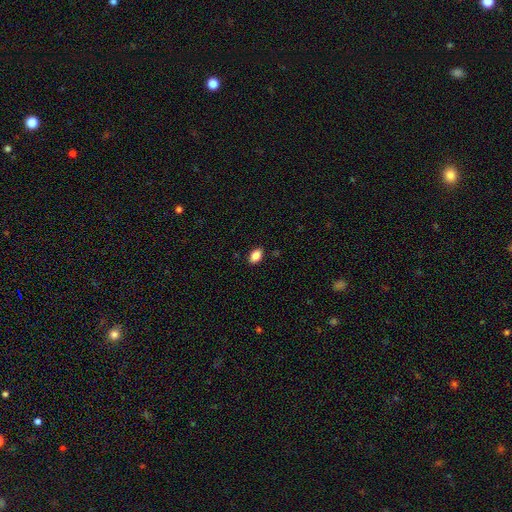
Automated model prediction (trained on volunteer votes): Morphology: type=smooth (87%); roundness=in between (88%); merging=none (88%).